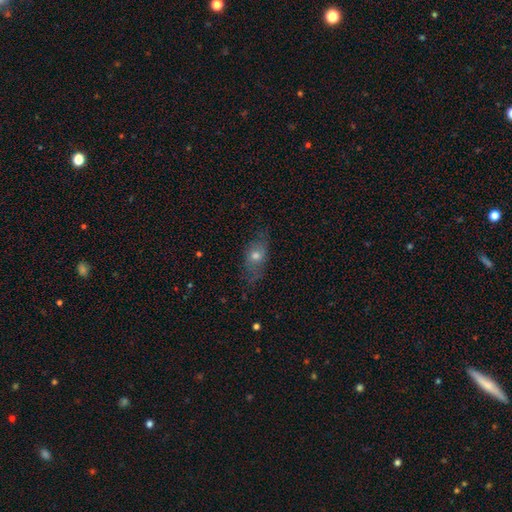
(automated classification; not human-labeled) This is possibly a smooth galaxy (52%). How rounded: likely in between (69%). Merging: likely none (70%).